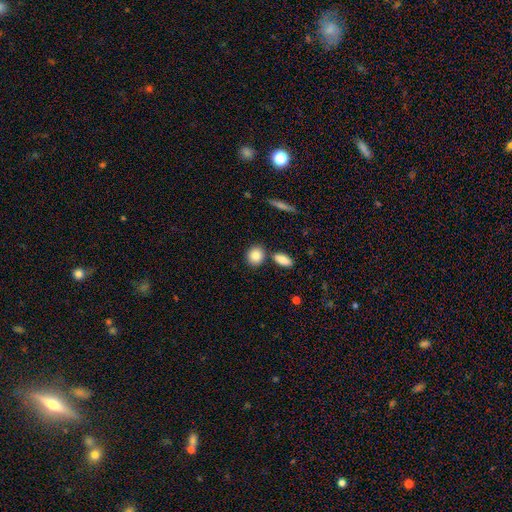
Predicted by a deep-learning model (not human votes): The model was most divided on "how rounded": round: 69%, in between: 28%, cigar-shaped: 3%. More confident: smooth or featured — smooth (87%); merging — none (75%).